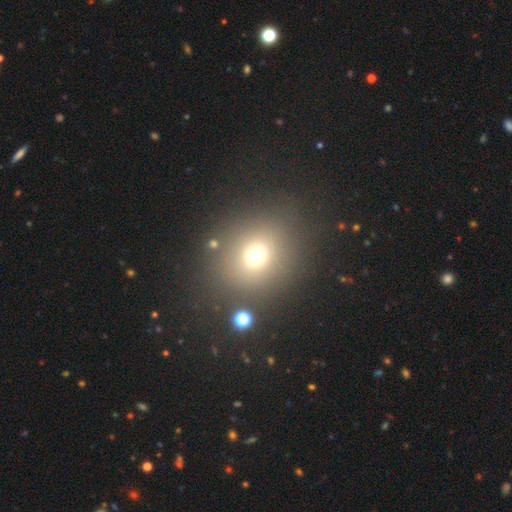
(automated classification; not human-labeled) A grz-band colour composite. It shows a smooth galaxy with no disk features (69%) that is round (77%). Merging: none (82%).